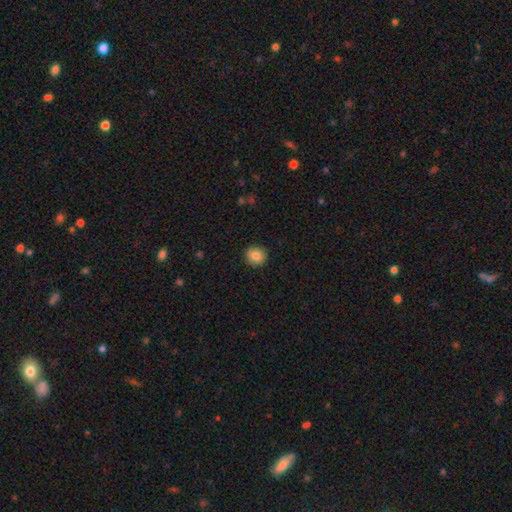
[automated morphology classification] Smooth or featured?
  - smooth: 84% *
  - star or artifact: 9%
  - featured or disk: 7%
How rounded?
  - round: 91% *
  - in between: 8%
  - cigar-shaped: 1%
Merging?
  - none: 92% *
  - minor disturbance: 6%
  - major disturbance: 2%
  - merger: 1%